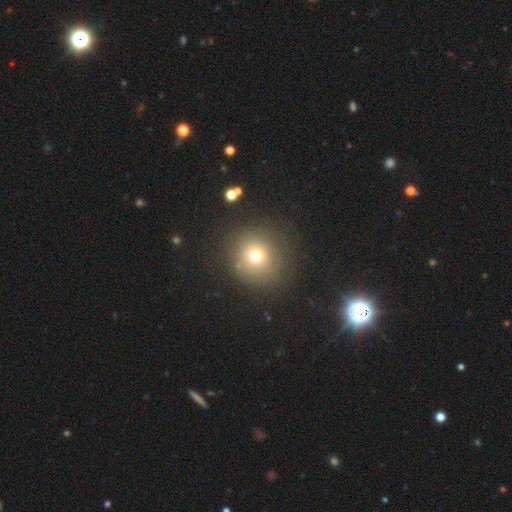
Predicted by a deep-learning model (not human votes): Morphology: type=smooth (71%); roundness=round (91%); merging=none (82%).